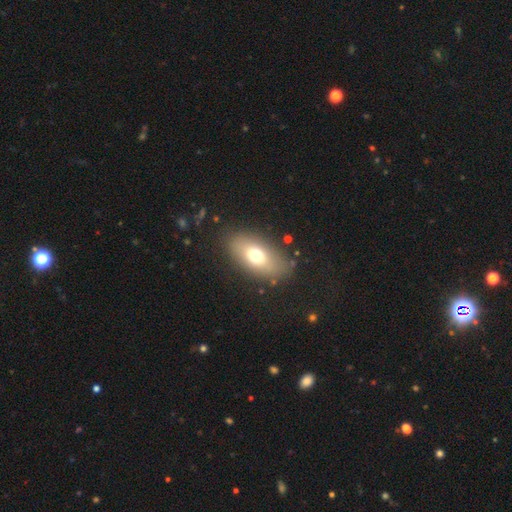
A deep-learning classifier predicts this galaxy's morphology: A smooth galaxy with no disk features (69%) that is in between round and cigar-shaped (87%). Merging: none (83%).